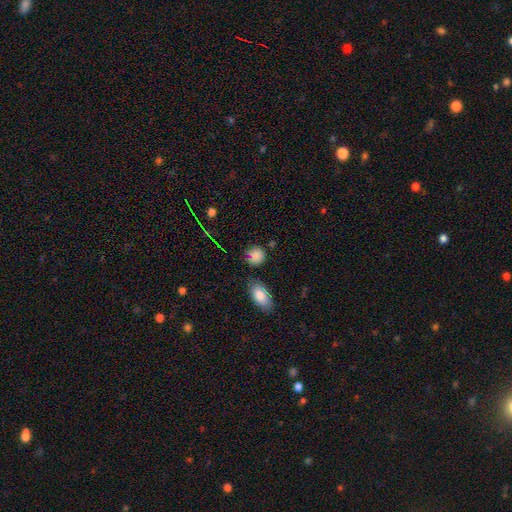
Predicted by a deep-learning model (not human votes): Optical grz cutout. It shows a smooth galaxy with no disk features (83%) that is round (76%). Merging: none (69%).